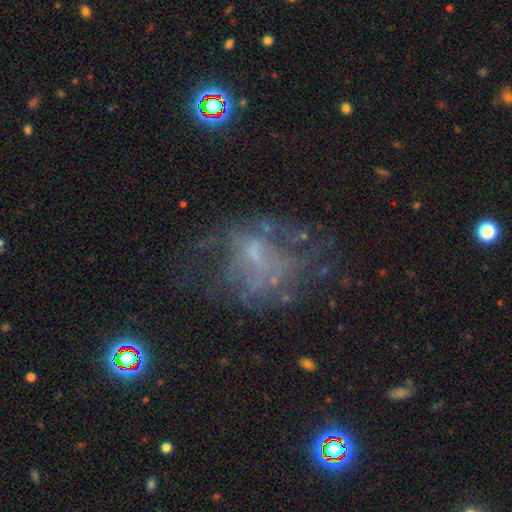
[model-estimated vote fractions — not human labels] smooth_or_featured: featured or disk (p=0.57) [alt: smooth p=0.21]
disk_edge_on: no (p=0.97) [alt: yes p=0.03]
bar: no (p=0.71) [alt: weak p=0.24]
has_spiral_arms: no (p=0.73) [alt: yes p=0.27]
bulge_size: none (p=0.47) [alt: small p=0.34]
merging: none (p=0.41) [alt: major disturbance p=0.36]